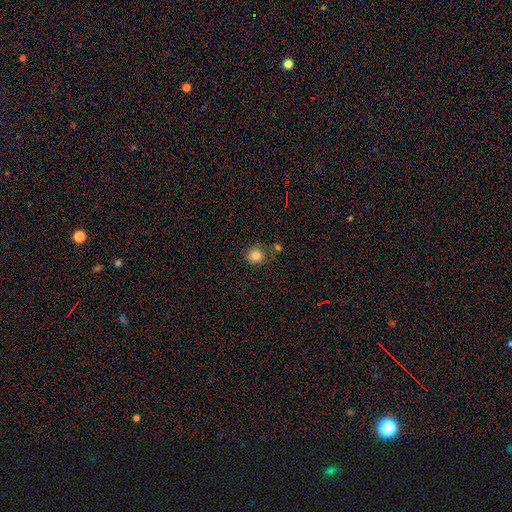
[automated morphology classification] Smooth or featured?
  - smooth: 83% *
  - star or artifact: 11%
  - featured or disk: 6%
How rounded?
  - round: 87% *
  - in between: 12%
  - cigar-shaped: 1%
Merging?
  - none: 69% *
  - minor disturbance: 15%
  - merger: 12%
  - major disturbance: 5%